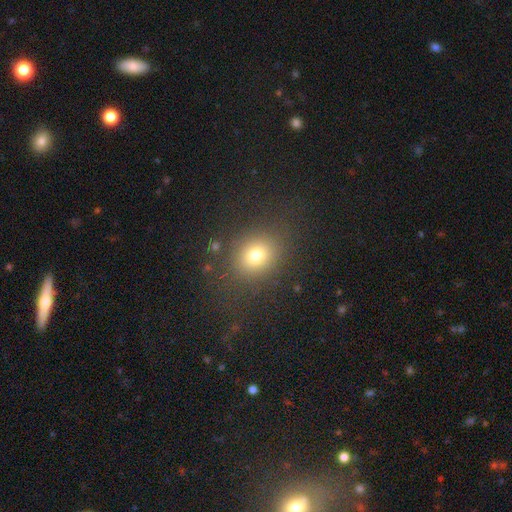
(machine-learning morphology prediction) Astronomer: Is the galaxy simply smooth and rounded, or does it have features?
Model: smooth — 75%.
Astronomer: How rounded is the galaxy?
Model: round — 63%.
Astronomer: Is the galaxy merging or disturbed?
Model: none — 83%.